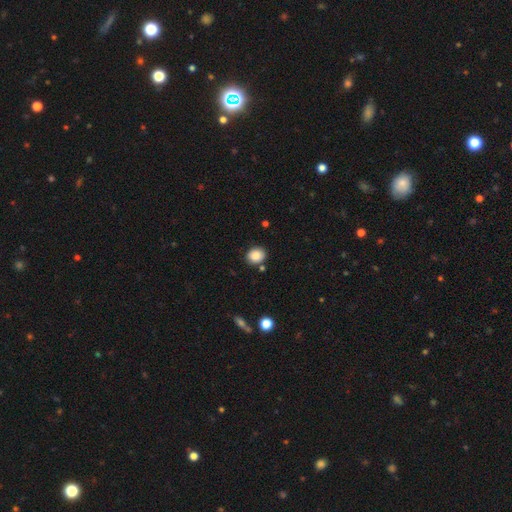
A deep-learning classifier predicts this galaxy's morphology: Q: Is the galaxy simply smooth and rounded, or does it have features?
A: smooth — 87%.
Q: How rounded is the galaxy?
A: round — 63%.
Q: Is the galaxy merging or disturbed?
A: none — 83%.